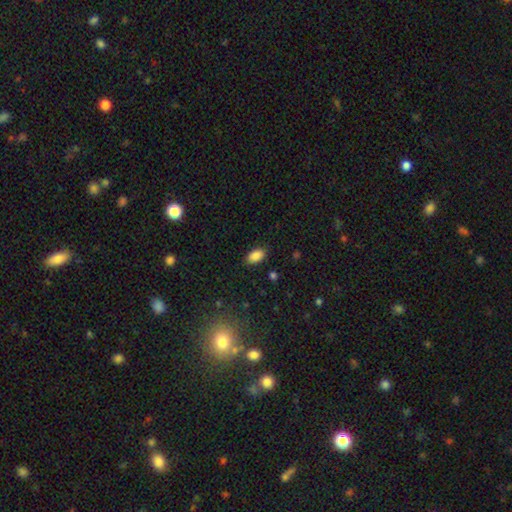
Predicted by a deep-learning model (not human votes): A smooth galaxy with no disk features (87%) that is in between round and cigar-shaped (93%). Merging: none (87%).